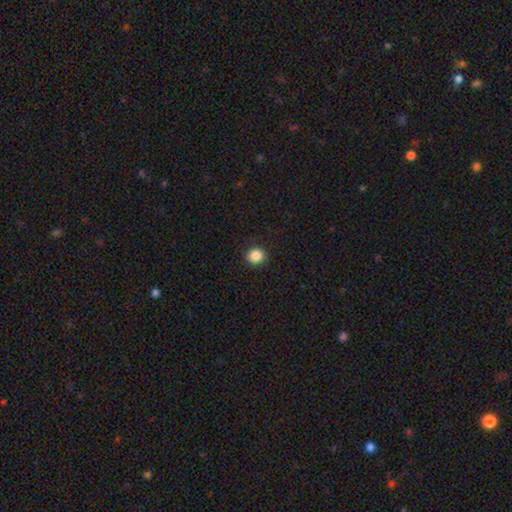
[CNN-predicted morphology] This is clearly a smooth galaxy (86%). How rounded: clearly round (92%). Merging: clearly none (91%).